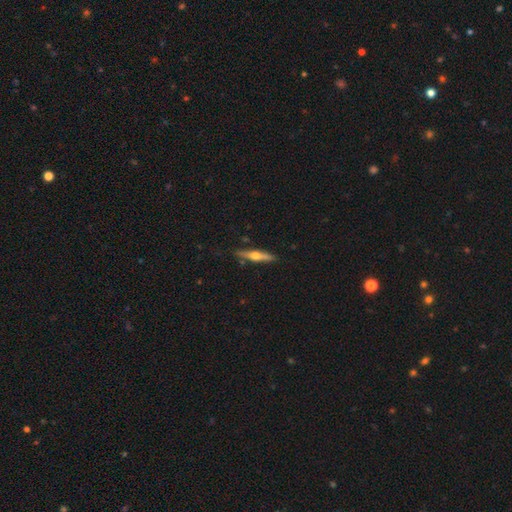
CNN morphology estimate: Overall: featured or disk (60%; smooth 34%). Edge-on disk: yes (96%). Edge-on bulge: rounded (92%). Merging: none (87%).